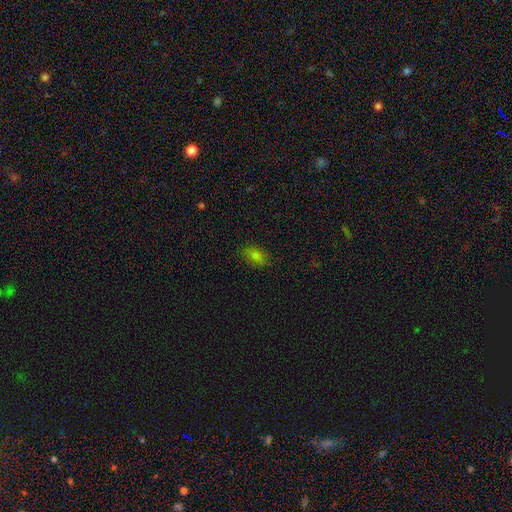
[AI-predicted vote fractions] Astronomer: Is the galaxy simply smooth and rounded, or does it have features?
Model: smooth — 73%.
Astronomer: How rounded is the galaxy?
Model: in between — 83%.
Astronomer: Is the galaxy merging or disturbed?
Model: none — 82%.